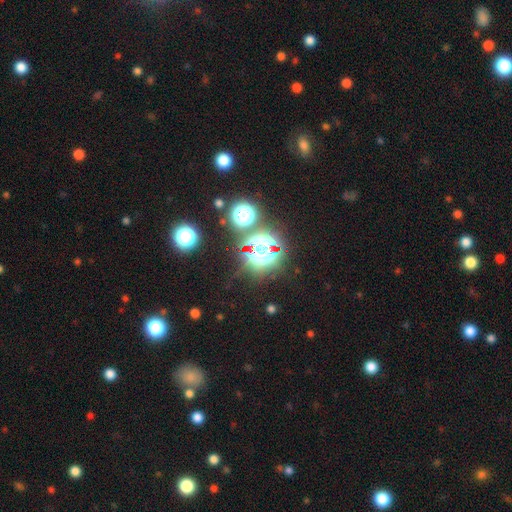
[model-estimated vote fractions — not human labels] A star or artifact, not a galaxy (74%).

Vote fractions:
- Smooth or featured? star or artifact: 74% / smooth: 18% / featured or disk: 9%